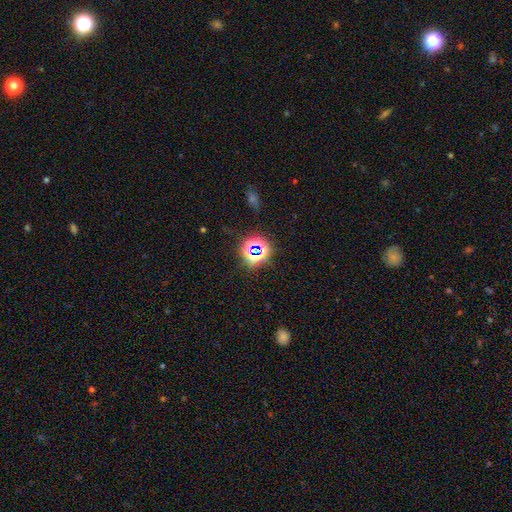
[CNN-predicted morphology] type=star or artifact (71%).